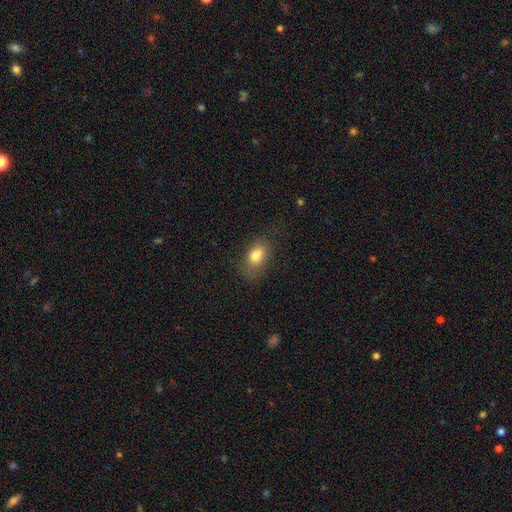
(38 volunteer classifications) Smooth or featured? 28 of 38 (74%) said smooth. How rounded? 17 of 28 (61%) said in between. Merging? 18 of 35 (51%) said none.